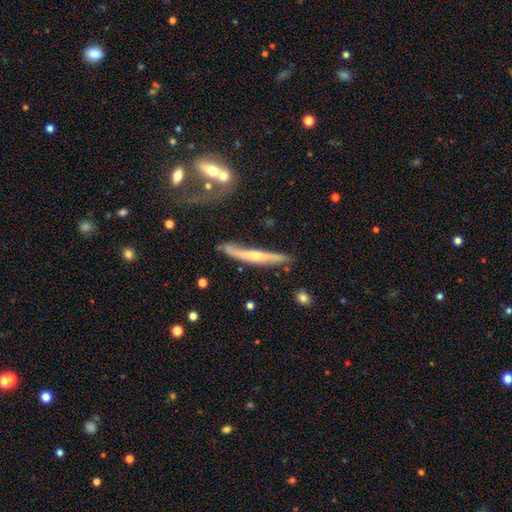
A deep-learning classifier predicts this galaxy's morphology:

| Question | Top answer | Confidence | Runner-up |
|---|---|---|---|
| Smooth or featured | featured or disk | 58% | smooth (37%) |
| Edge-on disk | yes | 89% | no (11%) |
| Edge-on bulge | rounded | 63% | none (27%) |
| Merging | none | 67% | minor disturbance (21%) |